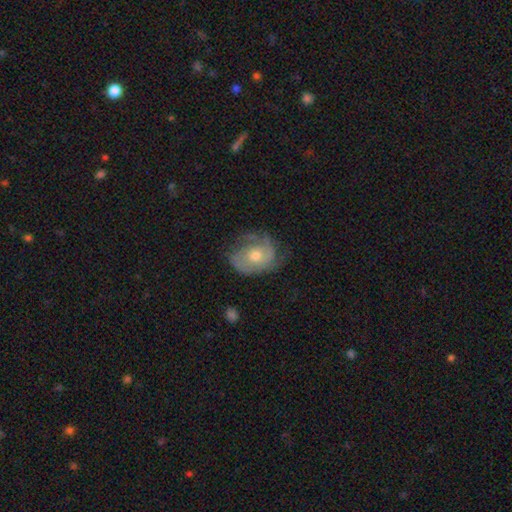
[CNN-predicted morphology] Smooth or featured?
  - featured or disk: 71% *
  - smooth: 23%
  - star or artifact: 6%
Edge-on disk?
  - no: 97% *
  - yes: 3%
Bar?
  - no: 80% *
  - weak: 17%
  - strong: 3%
Spiral arms?
  - yes: 87% *
  - no: 13%
Spiral winding?
  - tight: 50% *
  - medium: 35%
  - loose: 14%
Spiral arm count?
  - 2: 34% *
  - can't tell: 29%
  - 3: 20%
  - 1: 9%
  - 4: 4%
  - more than 4: 3%
Bulge size?
  - moderate: 65% *
  - small: 29%
  - large: 4%
  - none: 1%
  - dominant: 1%
Merging?
  - none: 58% *
  - minor disturbance: 26%
  - major disturbance: 14%
  - merger: 1%